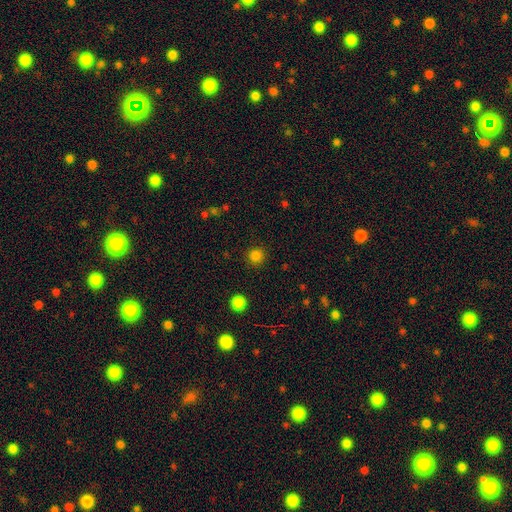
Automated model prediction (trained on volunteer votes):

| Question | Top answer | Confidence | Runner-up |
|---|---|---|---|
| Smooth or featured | smooth | 83% | star or artifact (14%) |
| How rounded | round | 94% | in between (5%) |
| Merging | none | 90% | minor disturbance (6%) |